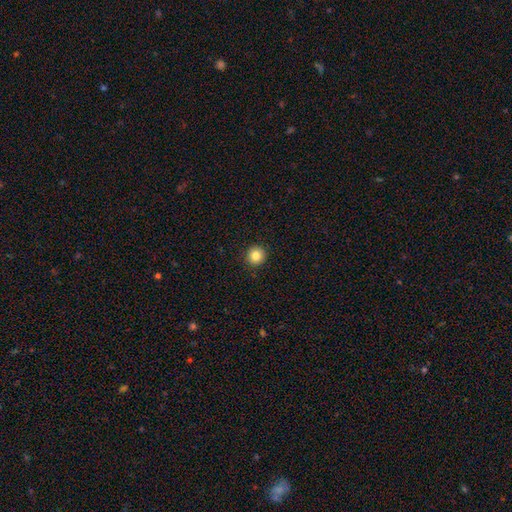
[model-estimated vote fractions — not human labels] Q: Smooth or featured?
A: smooth (84%); runner-up: star or artifact (10%)
Q: How rounded?
A: round (95%); runner-up: in between (4%)
Q: Merging?
A: none (93%); runner-up: minor disturbance (5%)